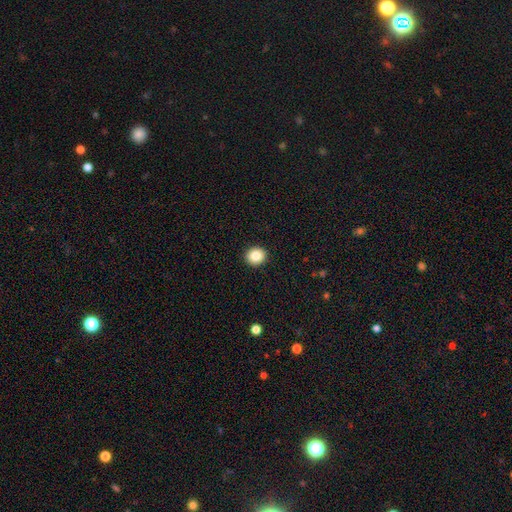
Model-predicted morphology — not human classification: Smooth or featured? smooth (86%)
How rounded? round (84%)
Merging? none (93%)